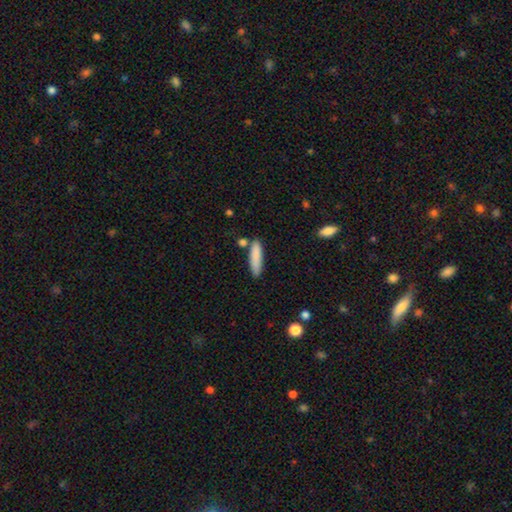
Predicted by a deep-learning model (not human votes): This appears to be a smooth galaxy with no disk features (86%) that is cigar-shaped (73%). Merging: none (77%).